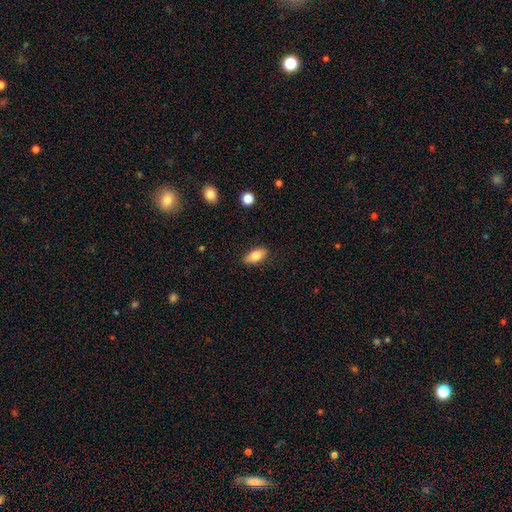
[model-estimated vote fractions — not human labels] Q: Smooth or featured?
A: smooth (80%); runner-up: featured or disk (13%)
Q: How rounded?
A: in between (87%); runner-up: cigar-shaped (10%)
Q: Merging?
A: none (86%); runner-up: minor disturbance (10%)